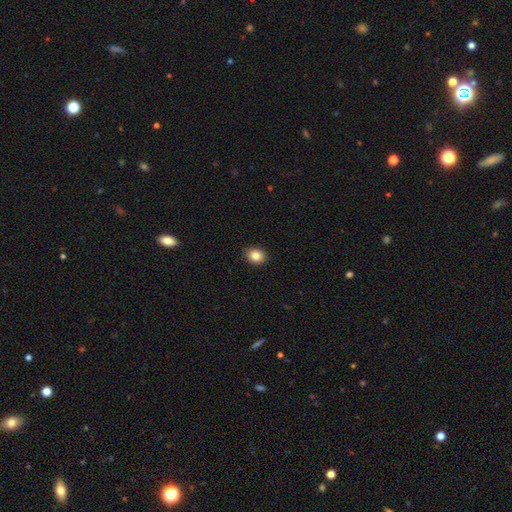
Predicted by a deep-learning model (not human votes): Overall: smooth (84%). How rounded: in between (56%; round 43%). Merging: none (89%).